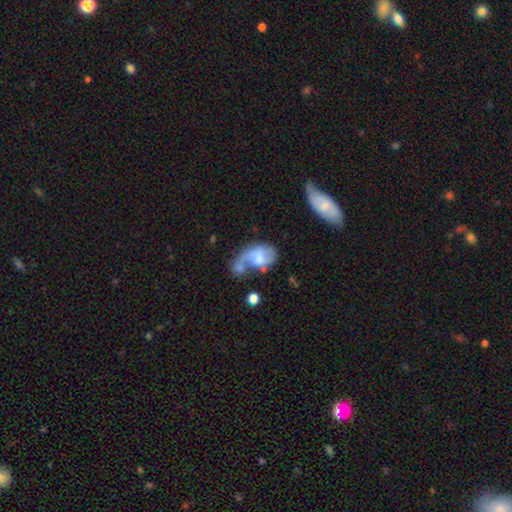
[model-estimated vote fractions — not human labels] featured or disk 51%, smooth 40%, star or artifact 8%. Down the decision tree: edge-on disk — no (95%); merging — merger (32%).